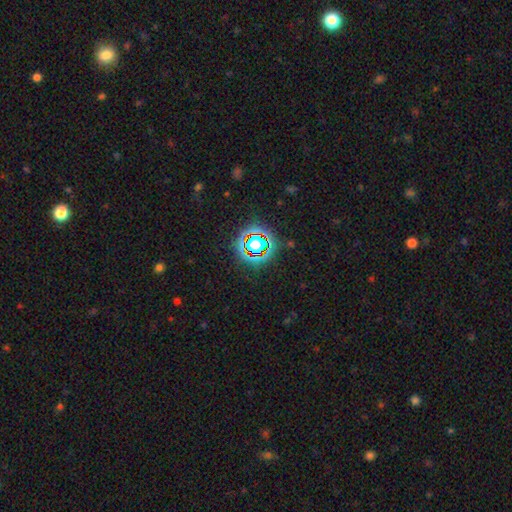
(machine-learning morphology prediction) The model was most divided on "smooth or featured": star or artifact: 77%, smooth: 14%, featured or disk: 9%.